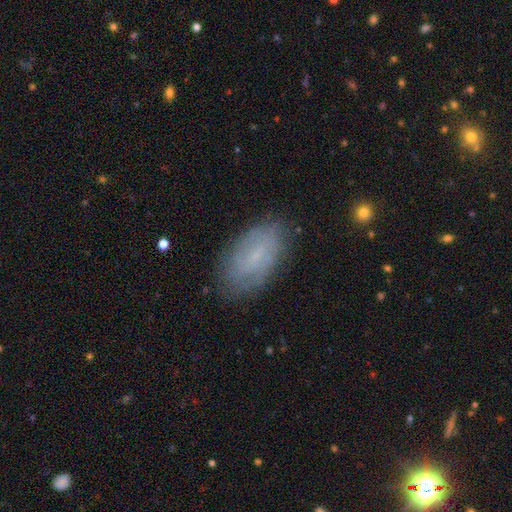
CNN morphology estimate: smooth 49%, featured or disk 40%, star or artifact 11%. Down the decision tree: merging — none (80%).